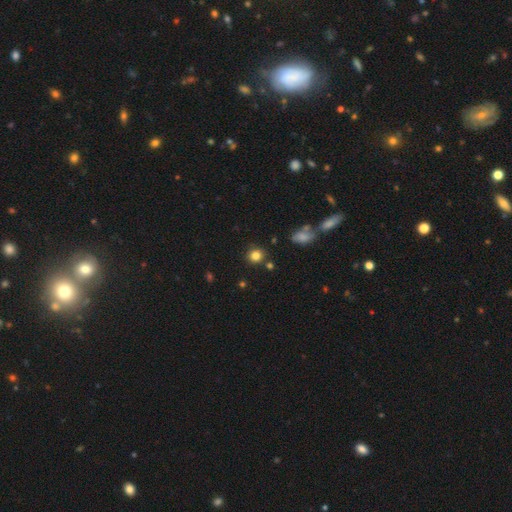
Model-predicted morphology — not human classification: This is clearly a smooth galaxy (82%). How rounded: clearly round (85%). Merging: clearly none (85%).